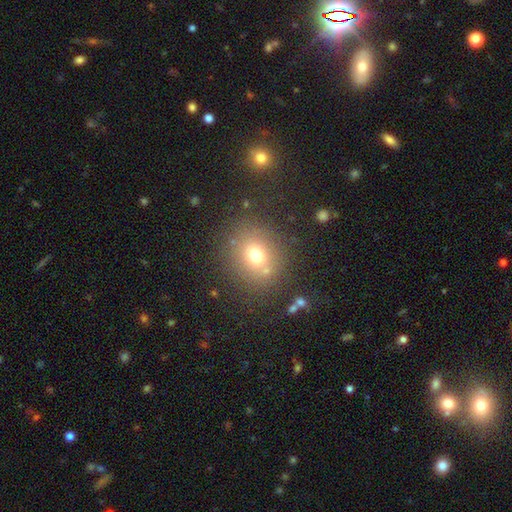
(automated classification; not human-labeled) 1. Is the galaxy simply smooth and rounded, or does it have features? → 70% smooth, 16% star or artifact, 13% featured or disk.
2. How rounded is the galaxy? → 73% round, 26% in between, 1% cigar-shaped.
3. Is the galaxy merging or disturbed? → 77% none, 11% minor disturbance, 8% merger, 5% major disturbance.